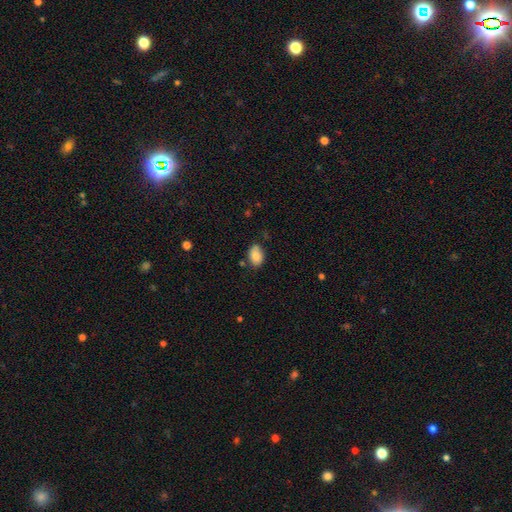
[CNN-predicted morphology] Overall: smooth (84%). How rounded: in between (85%). Merging: none (73%).